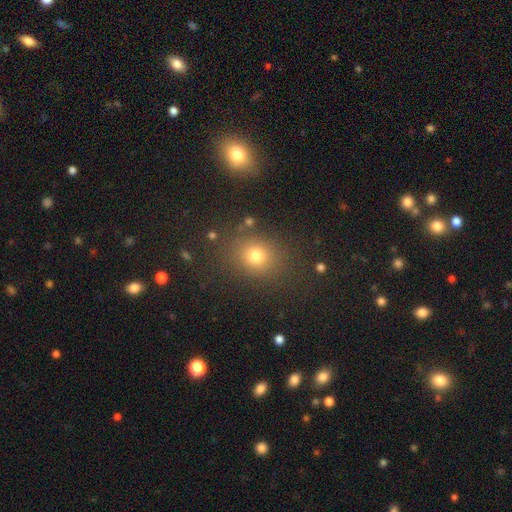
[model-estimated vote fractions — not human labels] Smooth or featured? Predicted: smooth (p=0.74). How rounded? Predicted: round (p=0.75). Merging? Predicted: none (p=0.82).